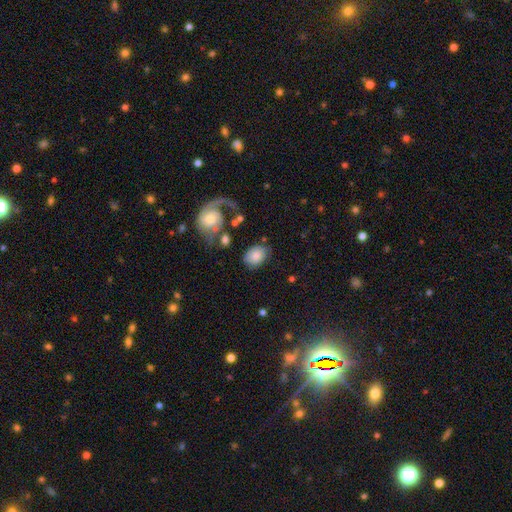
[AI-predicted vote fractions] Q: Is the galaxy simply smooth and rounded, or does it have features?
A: smooth — 74%.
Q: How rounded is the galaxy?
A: in between — 68%.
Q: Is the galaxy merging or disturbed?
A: none — 67%.